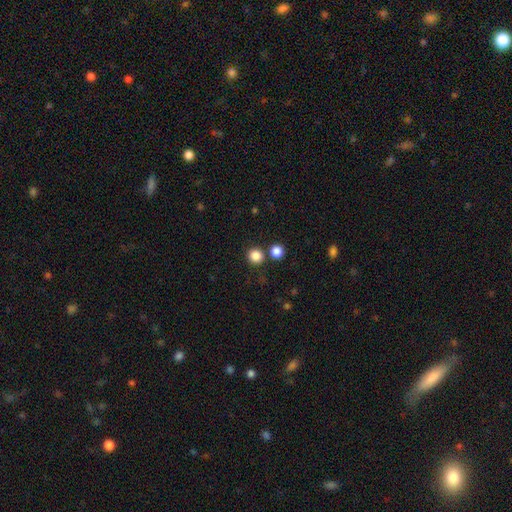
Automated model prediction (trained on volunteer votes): smooth_or_featured: smooth (p=0.85) [alt: star or artifact p=0.12]
how_rounded: round (p=0.89) [alt: in between p=0.10]
merging: none (p=0.79) [alt: merger p=0.12]